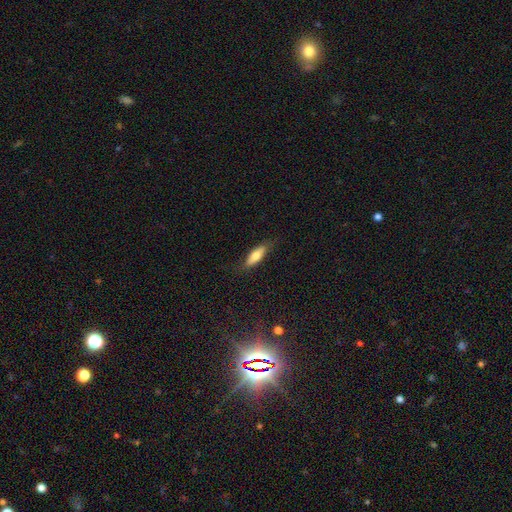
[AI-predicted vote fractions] Q: Smooth or featured?
A: smooth (69%); runner-up: featured or disk (24%)
Q: How rounded?
A: in between (53%); runner-up: cigar-shaped (45%)
Q: Merging?
A: none (79%); runner-up: minor disturbance (16%)